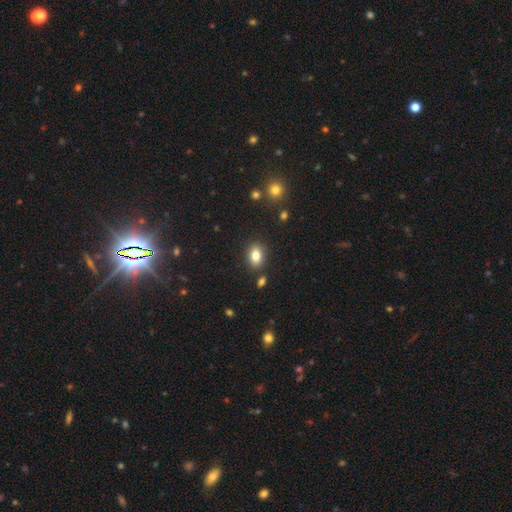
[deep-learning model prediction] smooth-or-featured: smooth: 83% | star or artifact: 9% | featured or disk: 8%
  how-rounded: in between: 79% | round: 19% | cigar-shaped: 2%
  merging: none: 84% | minor disturbance: 10% | merger: 4% | major disturbance: 3%